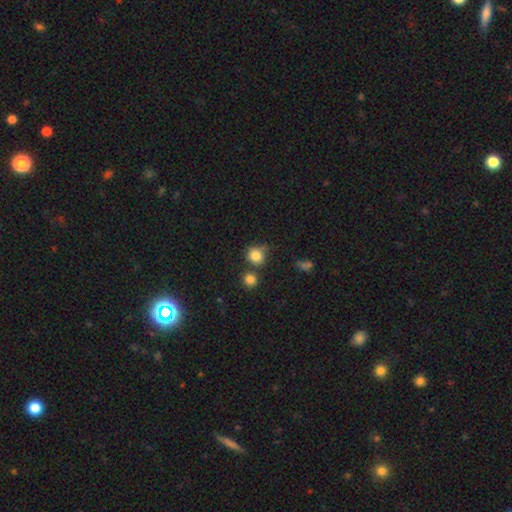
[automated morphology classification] Smooth or featured? Predicted: smooth (p=0.82). How rounded? Predicted: round (p=0.84). Merging? Predicted: none (p=0.64).